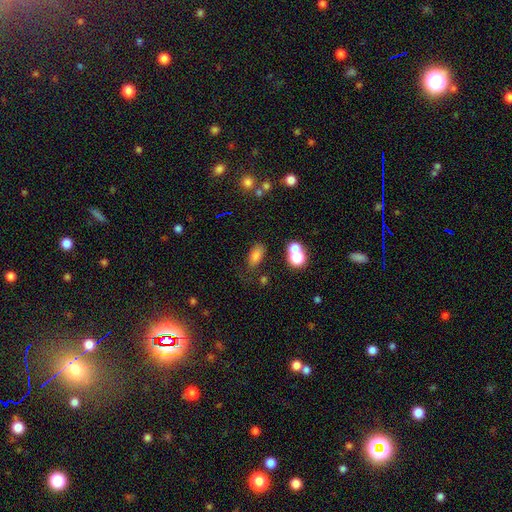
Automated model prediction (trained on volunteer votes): The model was most divided on "merging": none: 69%, minor disturbance: 16%, merger: 9%, major disturbance: 6%. More confident: how rounded — in between (85%); smooth or featured — smooth (78%).